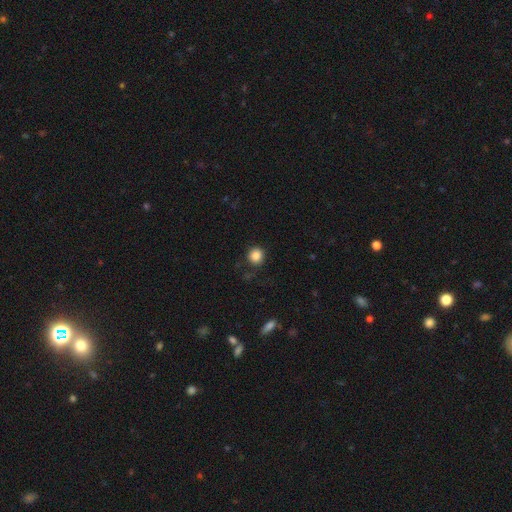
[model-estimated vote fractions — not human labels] Overall: smooth (85%). How rounded: round (92%). Merging: none (86%).